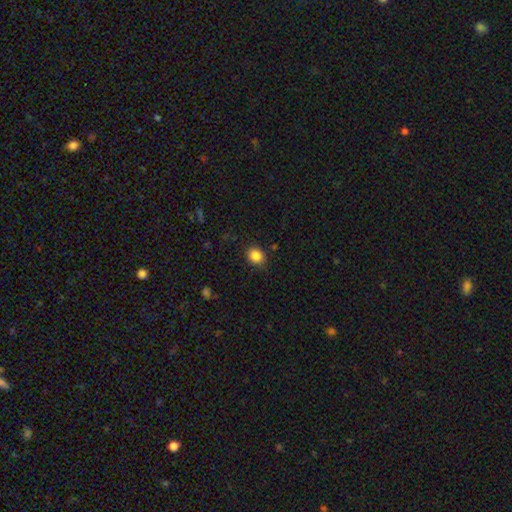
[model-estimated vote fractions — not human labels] This is clearly a smooth galaxy (86%). How rounded: possibly round (58%). Merging: clearly none (86%).